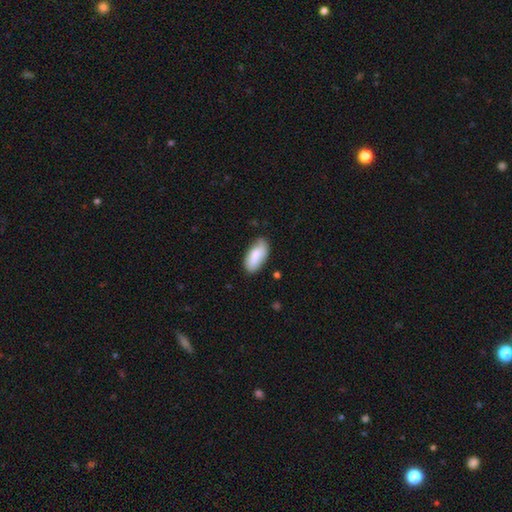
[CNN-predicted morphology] Smooth or featured: smooth — 80% (featured or disk — 14%)
How rounded: in between — 92% (cigar-shaped — 6%)
Merging: none — 70% (minor disturbance — 23%)